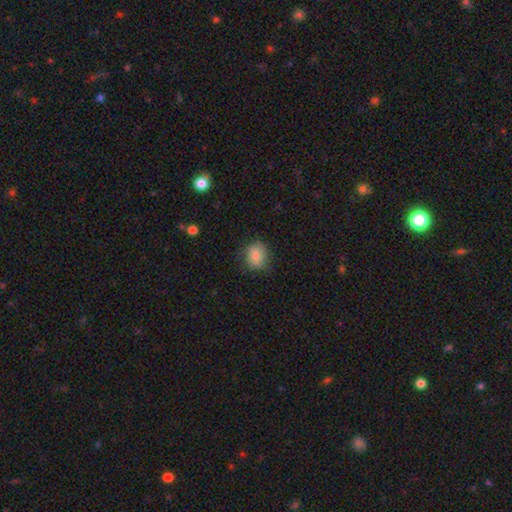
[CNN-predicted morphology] This appears to be a smooth galaxy with no disk features (78%) that is round (64%). Merging: none (74%).